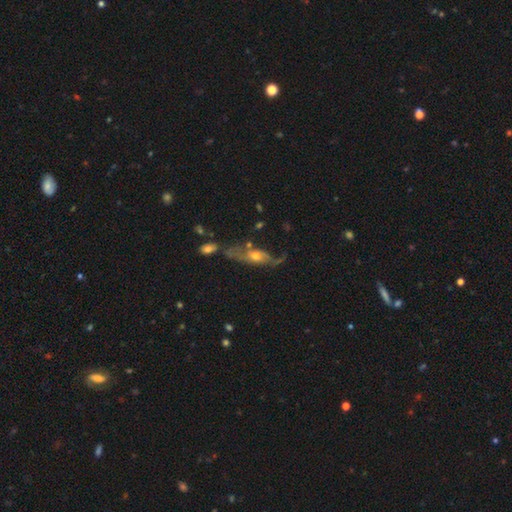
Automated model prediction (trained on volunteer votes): smooth_or_featured: featured or disk (p=0.59) [alt: smooth p=0.32]
disk_edge_on: no (p=0.66) [alt: yes p=0.34]
merging: none (p=0.38) [alt: minor disturbance p=0.25]